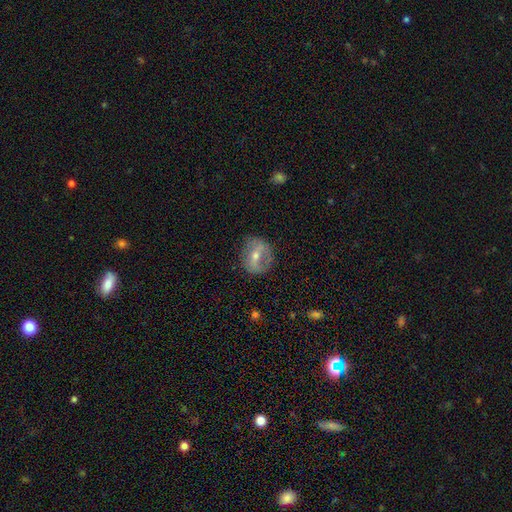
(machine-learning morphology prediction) This is possibly a featured or disk galaxy (59%). It is clearly not viewed edge-on (92%). Bar: marginally strong (45%). Spiral arm pattern: possibly no (58%). Central bulge: possibly moderate (55%). Merging: likely none (76%).